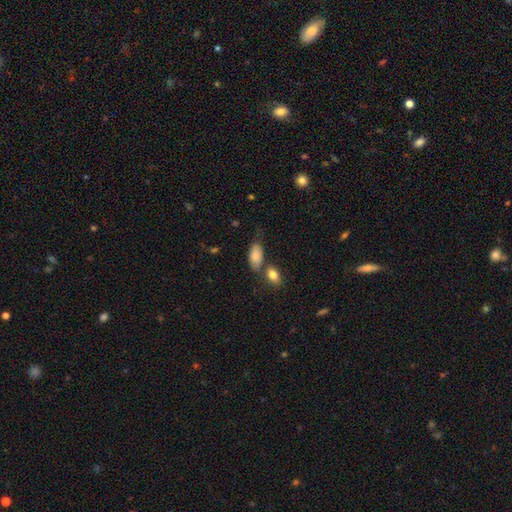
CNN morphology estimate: The model was most divided on "merging": none: 55%, merger: 20%, minor disturbance: 20%, major disturbance: 6%. More confident: how rounded — in between (92%); smooth or featured — smooth (84%).